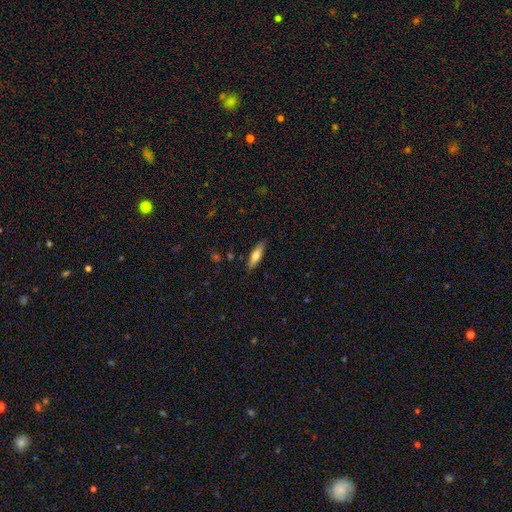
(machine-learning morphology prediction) smooth-or-featured: smooth: 70% | featured or disk: 24% | star or artifact: 6%
  how-rounded: cigar-shaped: 61% | in between: 37% | round: 2%
  merging: none: 87% | minor disturbance: 10% | major disturbance: 2% | merger: 1%